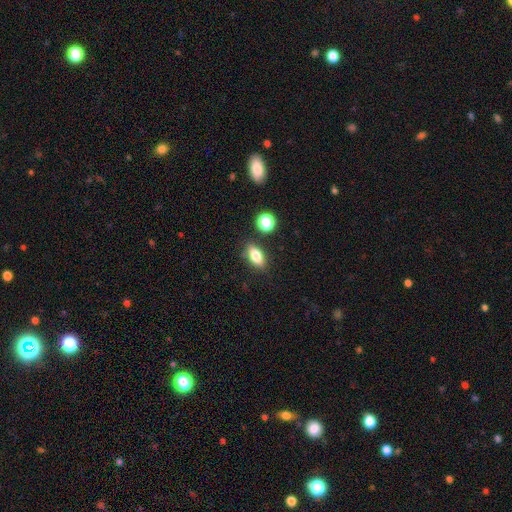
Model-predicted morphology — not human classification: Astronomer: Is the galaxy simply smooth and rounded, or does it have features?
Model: smooth — 75%.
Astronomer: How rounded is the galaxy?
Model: in between — 77%.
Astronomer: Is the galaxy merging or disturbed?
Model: none — 82%.